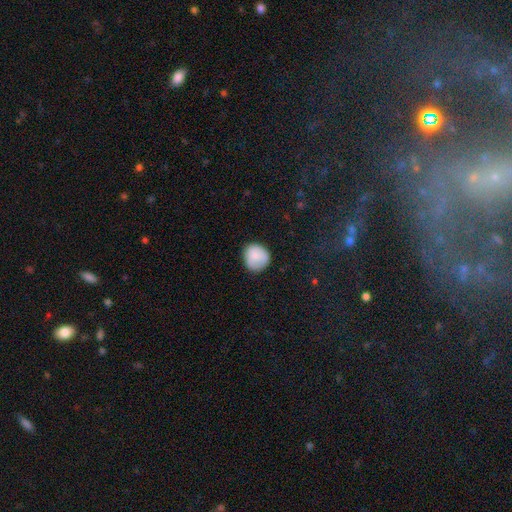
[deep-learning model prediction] Smooth or featured? Predicted: smooth (p=0.84). How rounded? Predicted: round (p=0.89). Merging? Predicted: none (p=0.81).